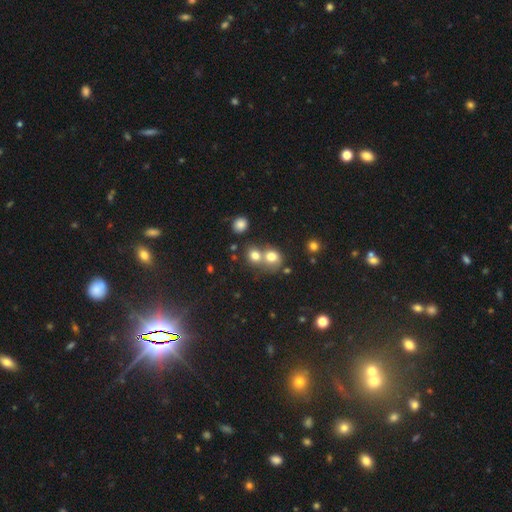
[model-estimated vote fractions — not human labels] This is likely a smooth galaxy (76%). How rounded: likely round (77%). Merging: possibly merger (55%).